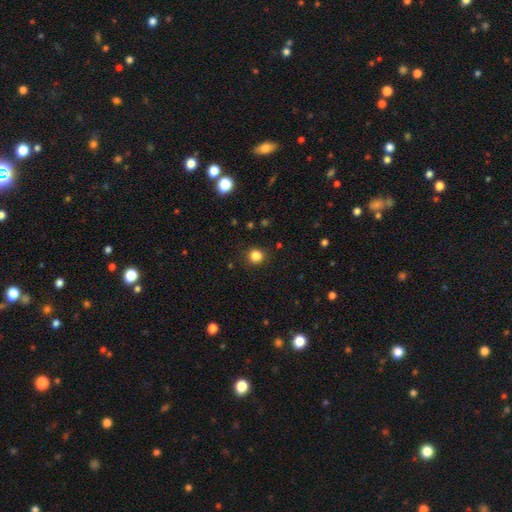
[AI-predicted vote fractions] This appears to be a smooth galaxy with no disk features (84%) that is round (86%). Merging: none (88%).